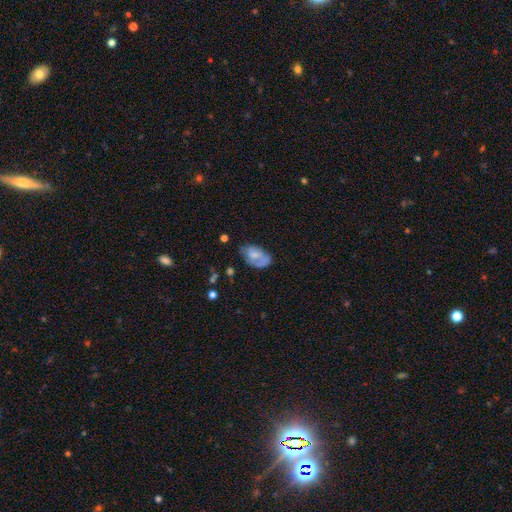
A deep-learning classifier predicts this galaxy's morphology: A smooth galaxy with no disk features (59%) that is in between round and cigar-shaped (91%). Merging: none (46%).